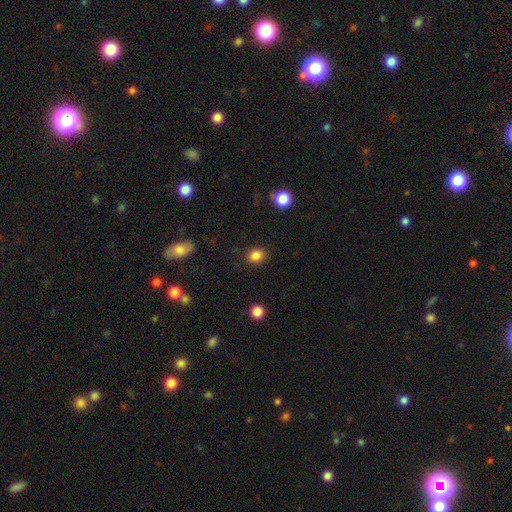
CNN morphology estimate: smooth 85%, star or artifact 11%, featured or disk 4%. Down the decision tree: how rounded — round (63%); merging — none (88%).